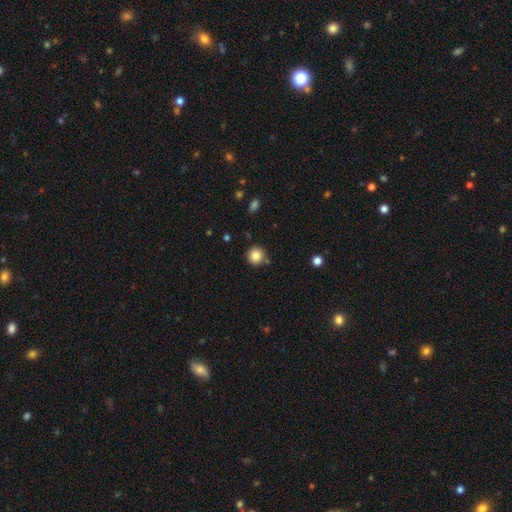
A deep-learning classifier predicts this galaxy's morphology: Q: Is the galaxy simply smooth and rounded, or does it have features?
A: smooth — 83%.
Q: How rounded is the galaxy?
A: round — 94%.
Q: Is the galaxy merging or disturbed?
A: none — 83%.